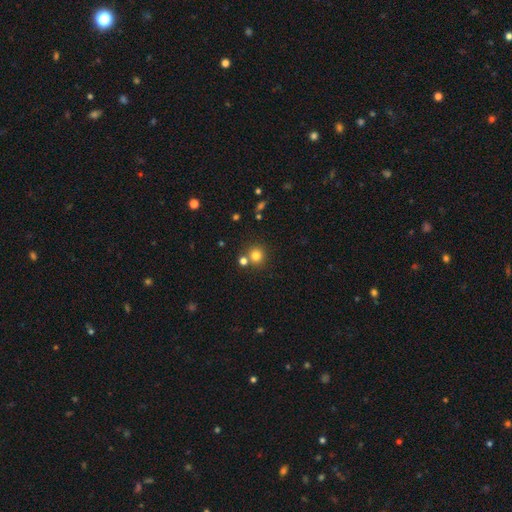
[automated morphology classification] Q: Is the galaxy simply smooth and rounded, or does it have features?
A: smooth — 79%.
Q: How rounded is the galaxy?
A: round — 92%.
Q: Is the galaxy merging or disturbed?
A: none — 72%.